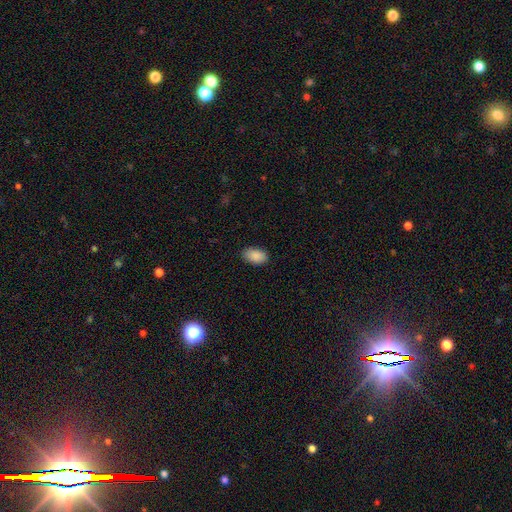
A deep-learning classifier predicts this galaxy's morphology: Smooth or featured? smooth (89%)
How rounded? in between (92%)
Merging? none (86%)